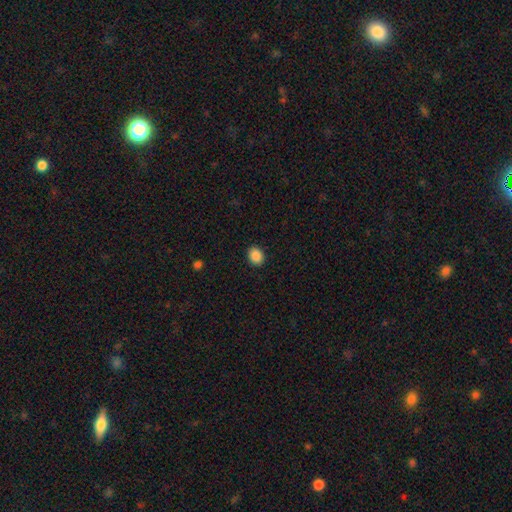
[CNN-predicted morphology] Q: Smooth or featured?
A: smooth (88%); runner-up: star or artifact (9%)
Q: How rounded?
A: in between (51%); runner-up: round (48%)
Q: Merging?
A: none (91%); runner-up: minor disturbance (6%)